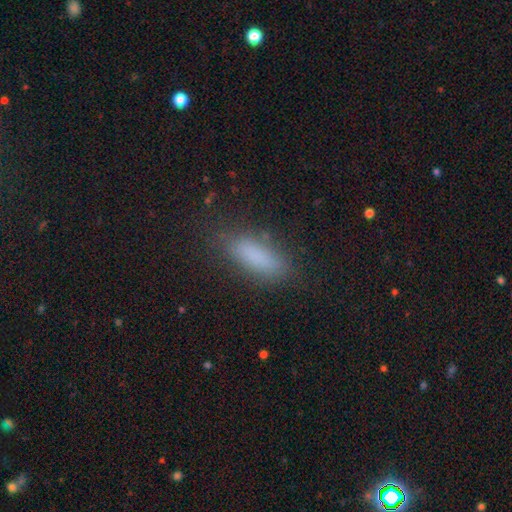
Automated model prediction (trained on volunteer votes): smooth_or_featured: smooth (p=0.82) [alt: star or artifact p=0.10]
how_rounded: in between (p=0.58) [alt: cigar-shaped p=0.39]
merging: none (p=0.79) [alt: minor disturbance p=0.14]